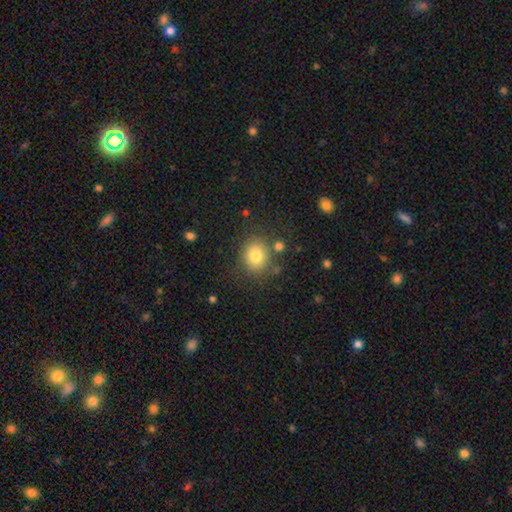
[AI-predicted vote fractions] Smooth or featured?
  - smooth: 80% *
  - star or artifact: 11%
  - featured or disk: 9%
How rounded?
  - round: 71% *
  - in between: 28%
  - cigar-shaped: 1%
Merging?
  - none: 78% *
  - minor disturbance: 12%
  - merger: 6%
  - major disturbance: 5%